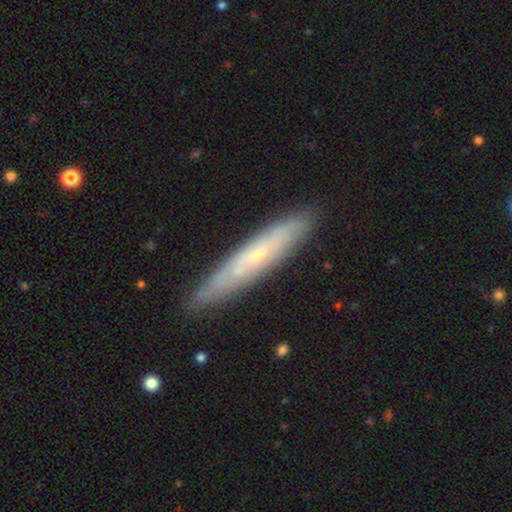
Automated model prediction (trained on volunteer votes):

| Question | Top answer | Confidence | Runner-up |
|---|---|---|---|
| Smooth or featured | featured or disk | 60% | smooth (34%) |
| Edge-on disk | yes | 67% | no (33%) |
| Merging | none | 86% | minor disturbance (11%) |